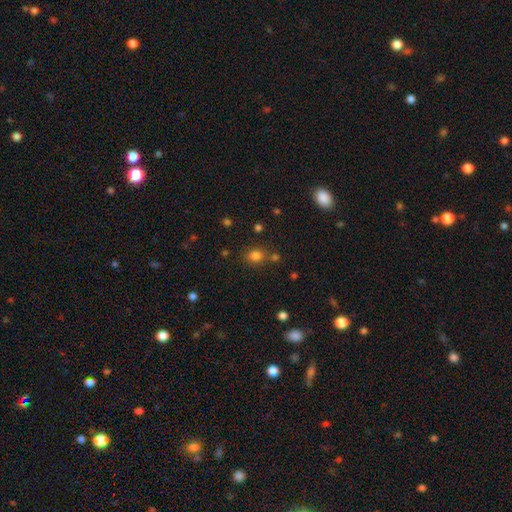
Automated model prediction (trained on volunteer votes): Overall: smooth (78%). How rounded: round (67%; in between 32%). Merging: none (73%).